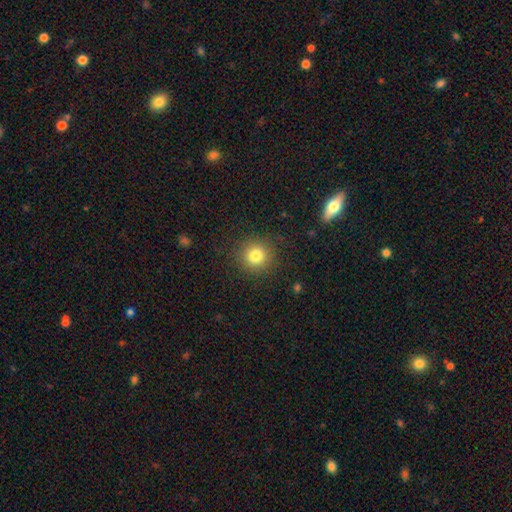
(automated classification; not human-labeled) The model was most divided on "smooth or featured": smooth: 81%, star or artifact: 12%, featured or disk: 7%. More confident: how rounded — round (92%); merging — none (88%).